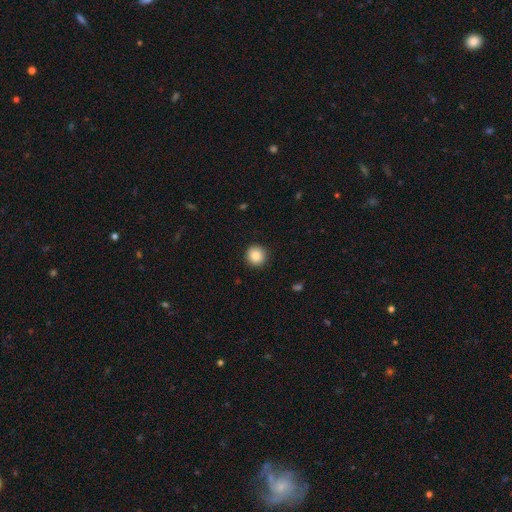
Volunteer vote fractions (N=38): smooth_or_featured: smooth (p=0.92) [alt: star or artifact p=0.05]
how_rounded: round (p=0.94) [alt: in between p=0.06]
merging: none (p=1.00)